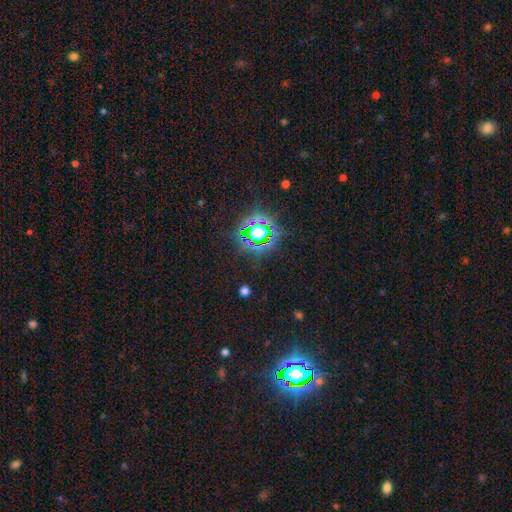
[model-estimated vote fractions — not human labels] This is likely a star or artifact rather than a galaxy (80%).